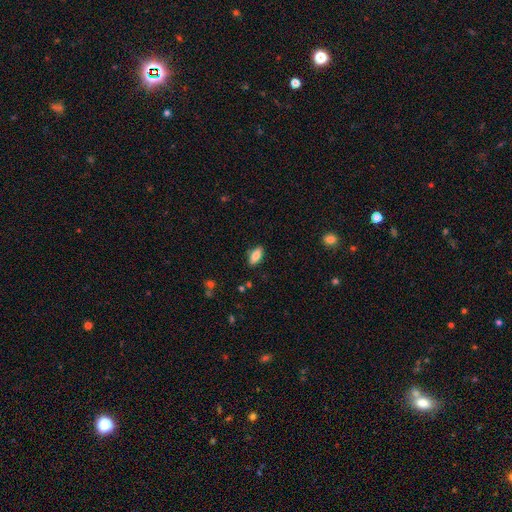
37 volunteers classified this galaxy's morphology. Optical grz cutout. It shows a smooth galaxy with no disk features (84%) that is in between round and cigar-shaped (77%). Merging: none (71%).